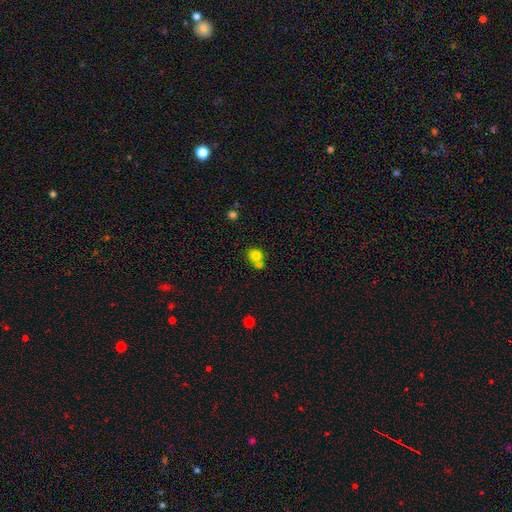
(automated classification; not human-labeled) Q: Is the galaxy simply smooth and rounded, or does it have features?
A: smooth — 79%.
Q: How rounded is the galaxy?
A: round — 66%.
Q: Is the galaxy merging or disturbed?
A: merger — 43%.